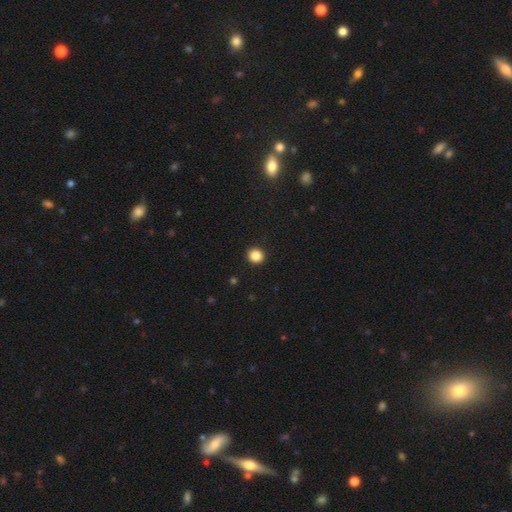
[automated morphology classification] This is clearly a smooth galaxy (86%). How rounded: clearly round (90%). Merging: clearly none (93%).